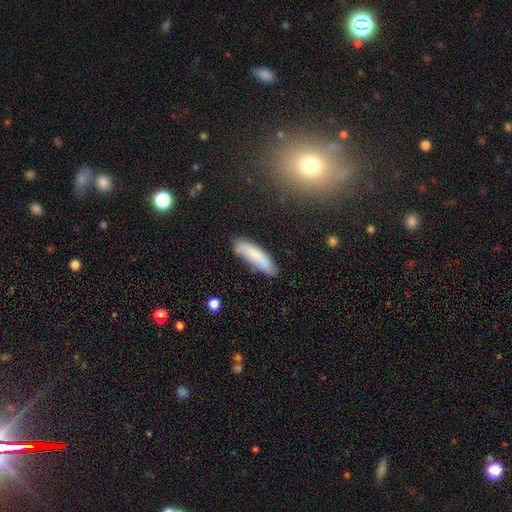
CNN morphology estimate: smooth-or-featured: smooth: 79% | featured or disk: 14% | star or artifact: 7%
  how-rounded: cigar-shaped: 68% | in between: 30% | round: 2%
  merging: none: 72% | minor disturbance: 20% | major disturbance: 4% | merger: 3%